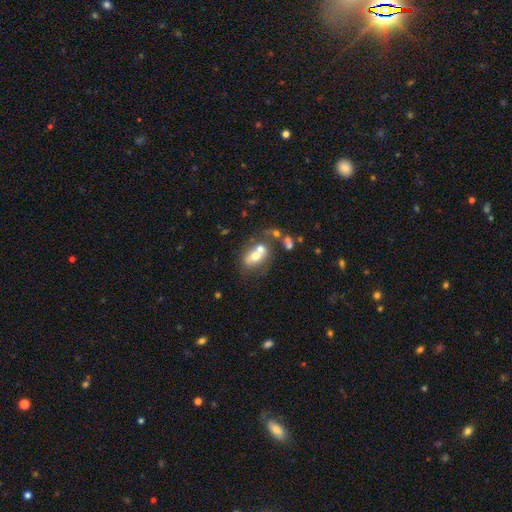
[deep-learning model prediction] smooth 61%, featured or disk 29%, star or artifact 11%. Down the decision tree: how rounded — in between (68%); merging — merger (49%).